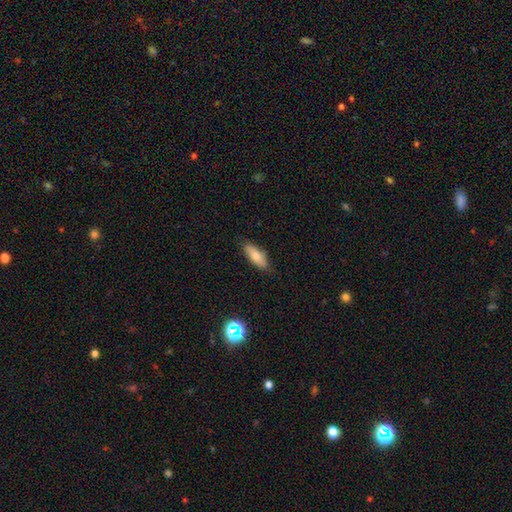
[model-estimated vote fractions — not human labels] A smooth galaxy with no disk features (72%) that is in between round and cigar-shaped (72%). Merging: none (80%).